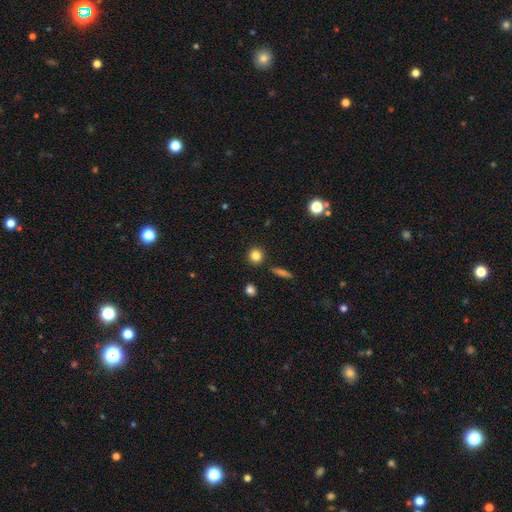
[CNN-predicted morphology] smooth_or_featured: smooth (p=0.84) [alt: star or artifact p=0.11]
how_rounded: round (p=0.89) [alt: in between p=0.10]
merging: none (p=0.89) [alt: minor disturbance p=0.06]